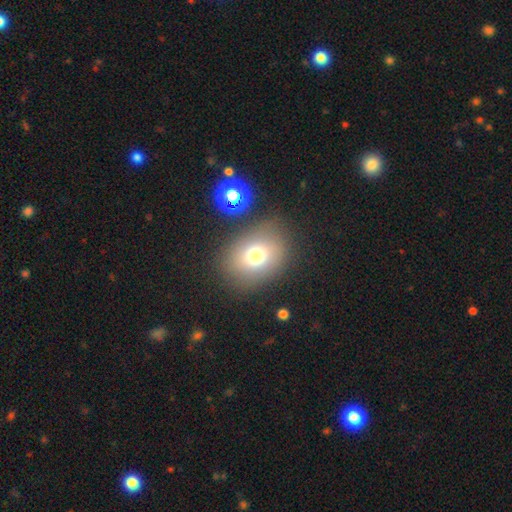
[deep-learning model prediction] Smooth or featured?
  - smooth: 72% *
  - star or artifact: 16%
  - featured or disk: 12%
How rounded?
  - in between: 54% *
  - round: 45%
  - cigar-shaped: 1%
Merging?
  - none: 78% *
  - minor disturbance: 11%
  - major disturbance: 6%
  - merger: 5%